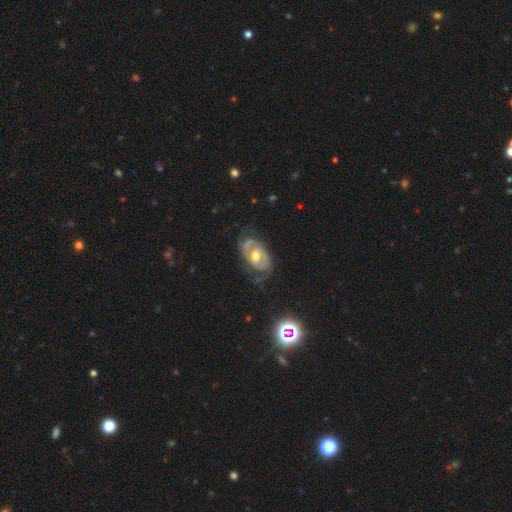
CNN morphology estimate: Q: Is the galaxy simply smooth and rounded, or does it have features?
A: featured or disk — 77%.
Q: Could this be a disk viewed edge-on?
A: no — 95%.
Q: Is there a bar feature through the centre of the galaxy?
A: no — 58%.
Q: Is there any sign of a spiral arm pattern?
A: yes — 74%.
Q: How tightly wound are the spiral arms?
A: tight — 43%.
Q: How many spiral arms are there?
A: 2 — 68%.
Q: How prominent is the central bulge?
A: moderate — 75%.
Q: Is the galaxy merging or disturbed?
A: none — 62%.